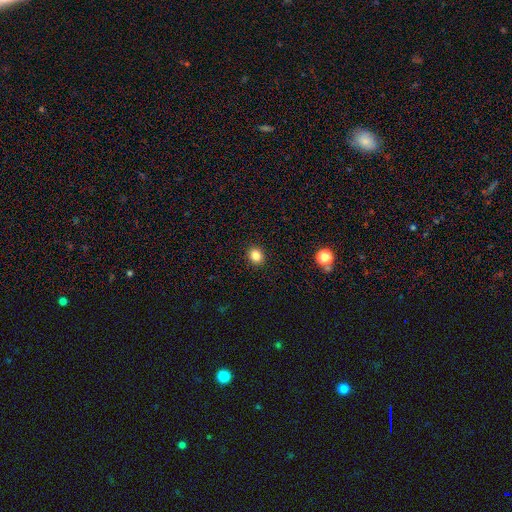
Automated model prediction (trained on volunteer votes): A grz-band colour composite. It shows a smooth galaxy with no disk features (84%) that is round (72%). Merging: none (92%).